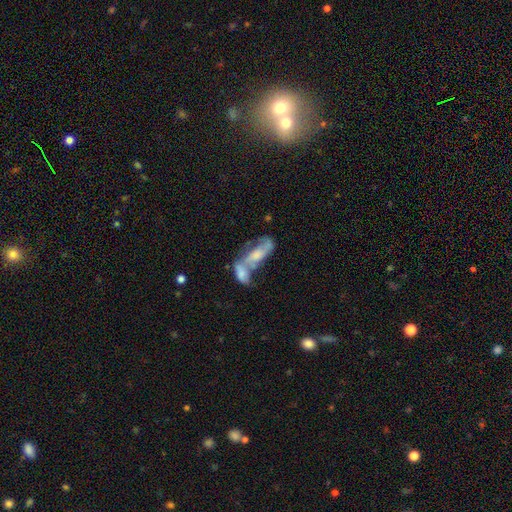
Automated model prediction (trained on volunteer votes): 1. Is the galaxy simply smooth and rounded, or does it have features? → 62% featured or disk, 26% smooth, 11% star or artifact.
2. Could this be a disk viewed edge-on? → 83% no, 17% yes.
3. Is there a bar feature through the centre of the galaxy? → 58% no, 29% weak, 13% strong.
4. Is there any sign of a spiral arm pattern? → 69% yes, 31% no.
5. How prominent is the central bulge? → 40% moderate, 30% small, 18% none, 10% large, 2% dominant.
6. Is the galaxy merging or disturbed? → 60% merger, 21% none, 10% major disturbance, 9% minor disturbance.